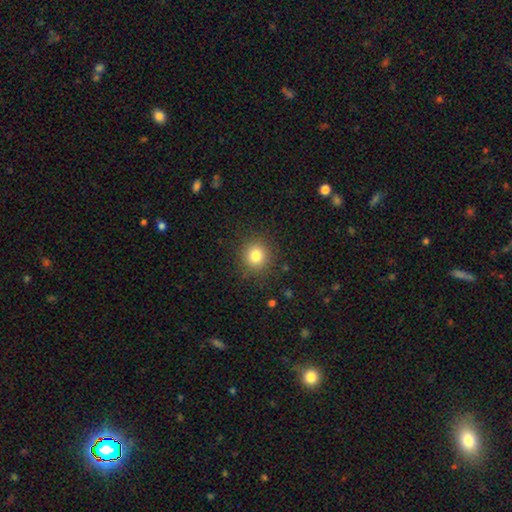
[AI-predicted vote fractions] smooth_or_featured: smooth (p=0.81) [alt: star or artifact p=0.12]
how_rounded: round (p=0.91) [alt: in between p=0.08]
merging: none (p=0.89) [alt: minor disturbance p=0.07]